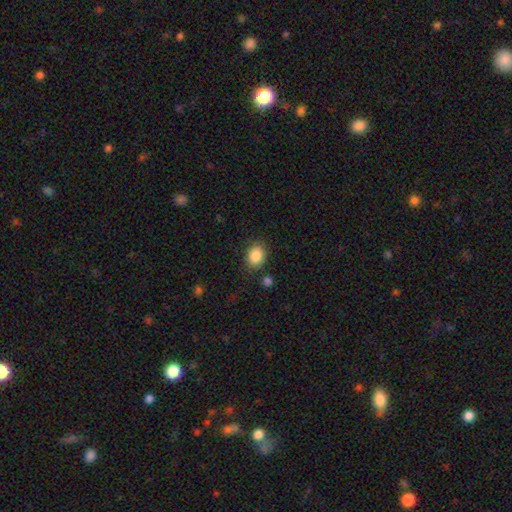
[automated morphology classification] This is clearly a smooth galaxy (86%). How rounded: possibly in between (58%). Merging: clearly none (82%).